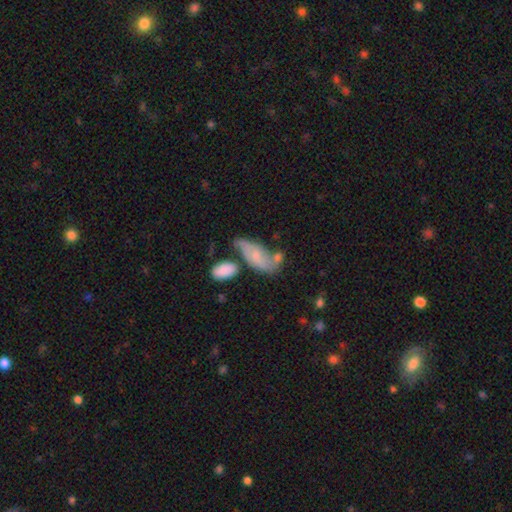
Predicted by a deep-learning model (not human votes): The model was most divided on "smooth or featured": featured or disk: 49%, smooth: 43%, star or artifact: 8%. Remaining: merging — none (39%).